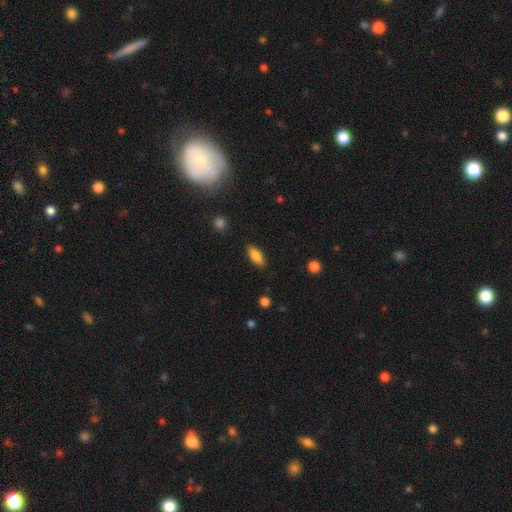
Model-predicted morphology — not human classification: A smooth galaxy with no disk features (84%) that is in between round and cigar-shaped (73%). Merging: none (86%).